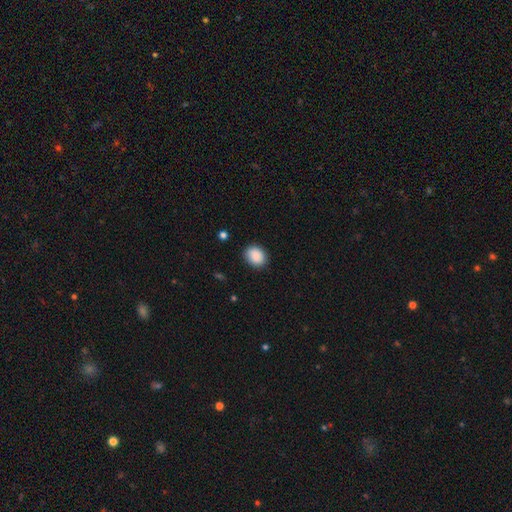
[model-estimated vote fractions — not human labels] A smooth galaxy with no disk features (89%) that is in between round and cigar-shaped (55%). Merging: none (86%).